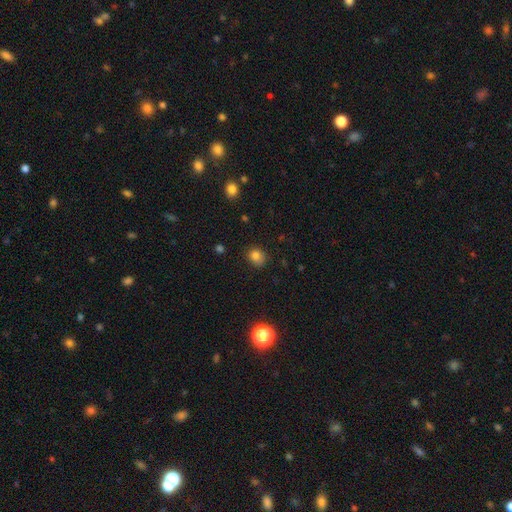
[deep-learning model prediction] Smooth or featured? smooth (81%)
How rounded? round (65%)
Merging? none (76%)